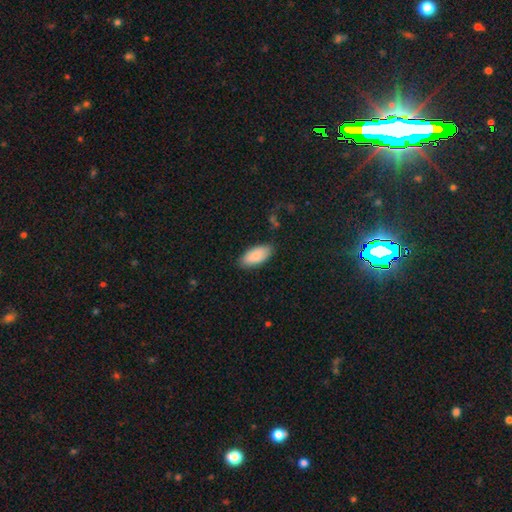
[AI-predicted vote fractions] Smooth or featured: smooth — 88% (star or artifact — 6%)
How rounded: in between — 91% (cigar-shaped — 7%)
Merging: none — 83% (minor disturbance — 13%)